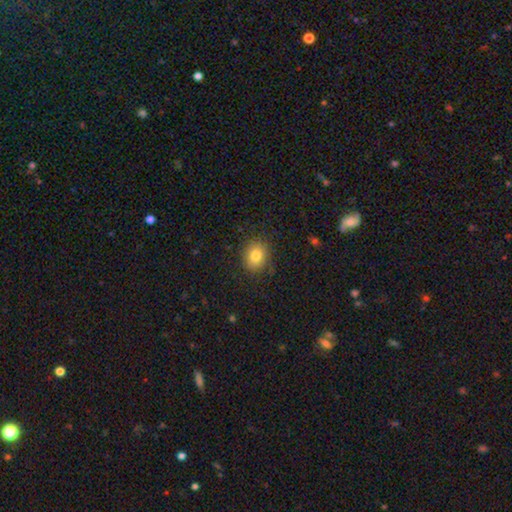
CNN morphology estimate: Smooth or featured? Predicted: smooth (p=0.81). How rounded? Predicted: round (p=0.65). Merging? Predicted: none (p=0.84).